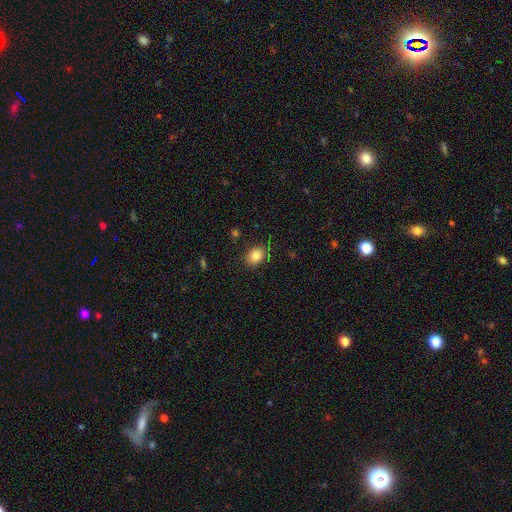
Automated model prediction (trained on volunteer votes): smooth_or_featured: smooth (p=0.84) [alt: star or artifact p=0.10]
how_rounded: in between (p=0.58) [alt: round p=0.41]
merging: none (p=0.83) [alt: minor disturbance p=0.12]